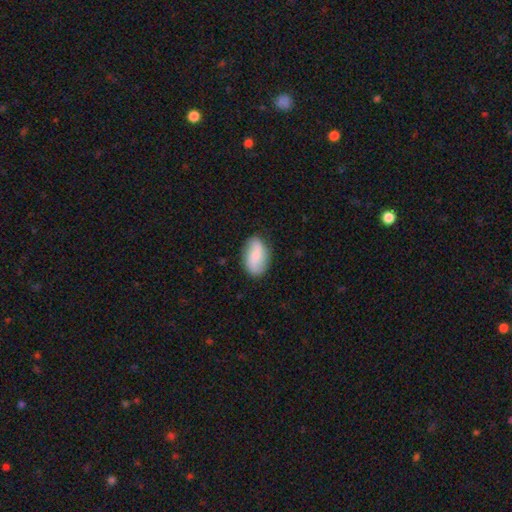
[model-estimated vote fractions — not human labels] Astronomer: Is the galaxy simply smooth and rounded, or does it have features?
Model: smooth — 60%.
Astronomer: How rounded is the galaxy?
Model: in between — 91%.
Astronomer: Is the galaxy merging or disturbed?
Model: none — 82%.